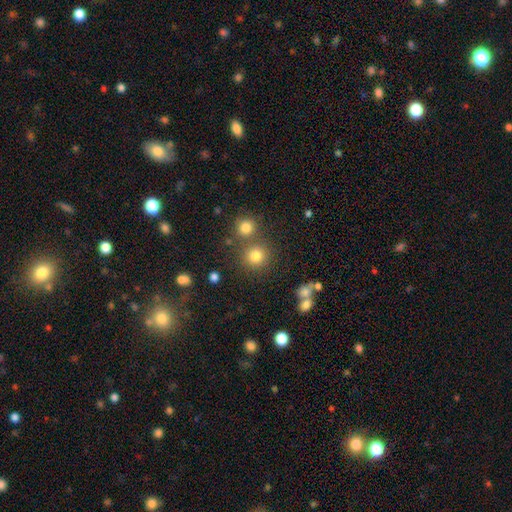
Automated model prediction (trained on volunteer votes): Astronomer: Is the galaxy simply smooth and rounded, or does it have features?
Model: smooth — 79%.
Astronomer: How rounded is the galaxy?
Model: round — 91%.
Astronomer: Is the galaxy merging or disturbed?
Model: none — 73%.